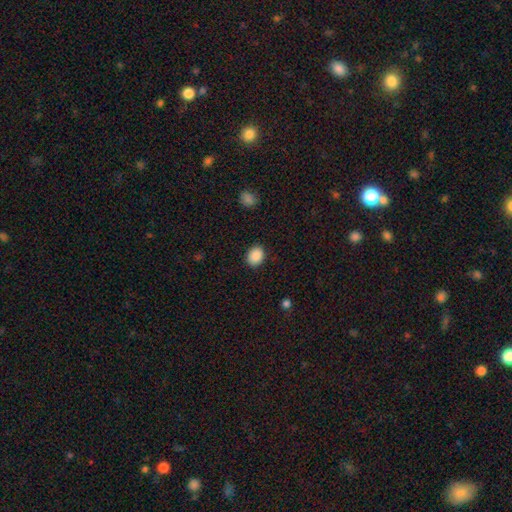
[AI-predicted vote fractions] Smooth or featured? Predicted: smooth (p=0.89). How rounded? Predicted: in between (p=0.58). Merging? Predicted: none (p=0.88).